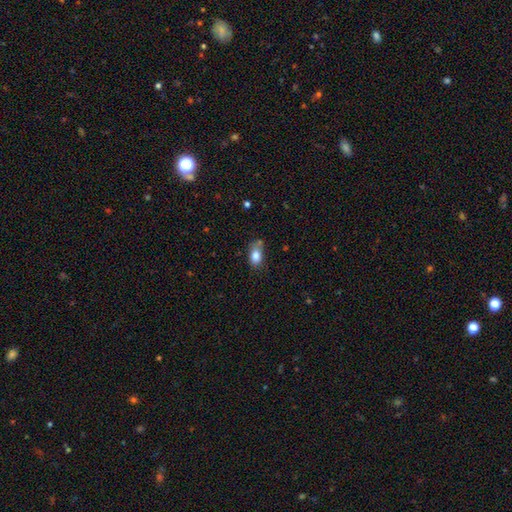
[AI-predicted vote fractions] smooth 82%, star or artifact 9%, featured or disk 8%. Down the decision tree: how rounded — in between (83%); merging — none (57%).